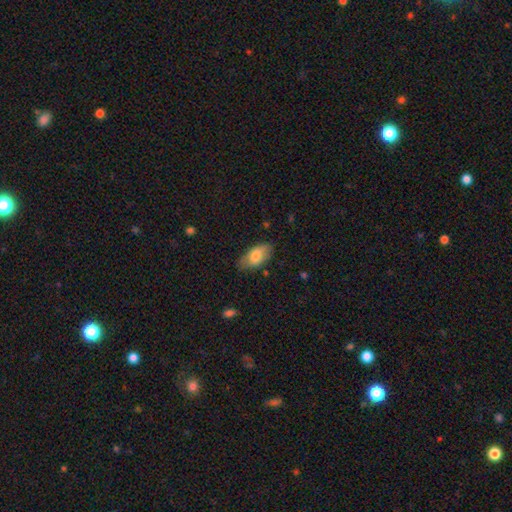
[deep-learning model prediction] Q: Smooth or featured?
A: smooth (77%); runner-up: featured or disk (16%)
Q: How rounded?
A: in between (92%); runner-up: cigar-shaped (4%)
Q: Merging?
A: none (75%); runner-up: minor disturbance (19%)